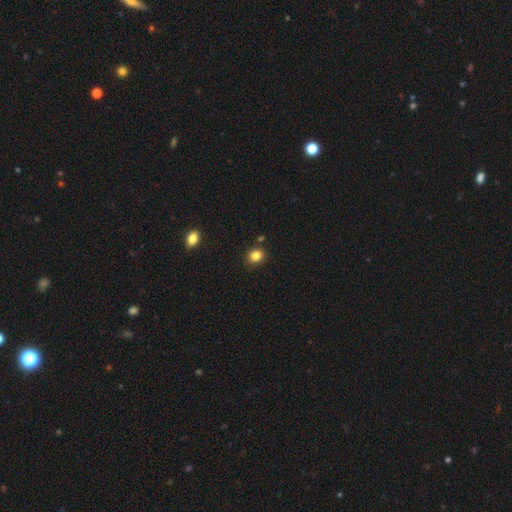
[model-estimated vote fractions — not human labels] Smooth or featured?
  - smooth: 84% *
  - star or artifact: 11%
  - featured or disk: 5%
How rounded?
  - round: 68% *
  - in between: 31%
  - cigar-shaped: 1%
Merging?
  - none: 85% *
  - minor disturbance: 10%
  - merger: 3%
  - major disturbance: 2%